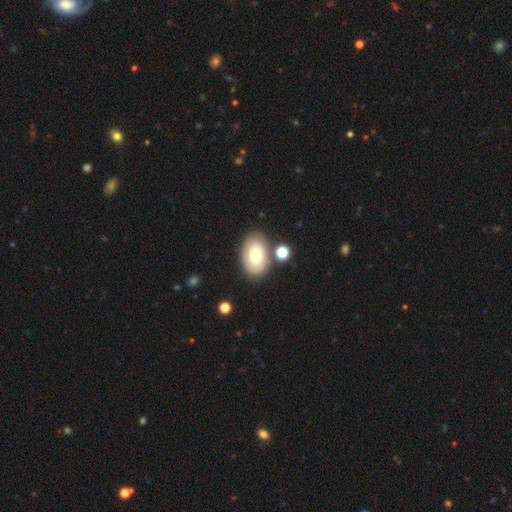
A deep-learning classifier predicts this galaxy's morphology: A smooth galaxy with no disk features (68%) that is in between round and cigar-shaped (89%).

Vote fractions:
- Smooth or featured? smooth: 68% / featured or disk: 24% / star or artifact: 8%
- How rounded? in between: 89% / round: 10% / cigar-shaped: 1%
- Merging? none: 72% / minor disturbance: 15% / merger: 9% / major disturbance: 4%